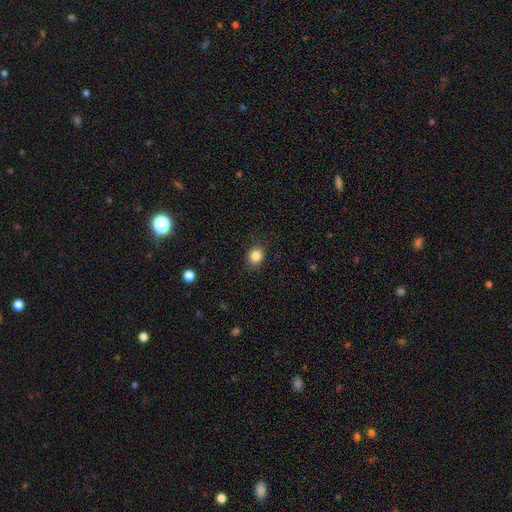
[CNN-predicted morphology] Overall: smooth (86%). How rounded: round (62%; in between 37%). Merging: none (86%).